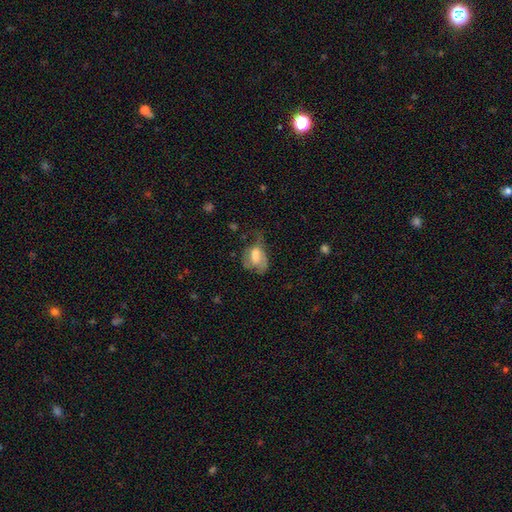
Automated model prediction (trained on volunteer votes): This is possibly a smooth galaxy (53%). How rounded: likely in between (76%). Merging: marginally major disturbance (36%).